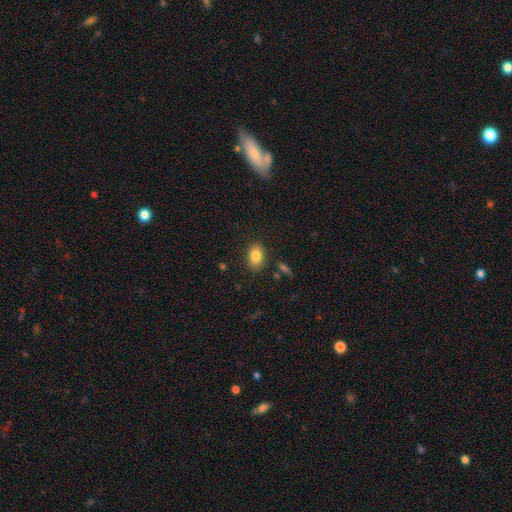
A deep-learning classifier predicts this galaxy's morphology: Smooth or featured? smooth (83%)
How rounded? in between (81%)
Merging? none (84%)